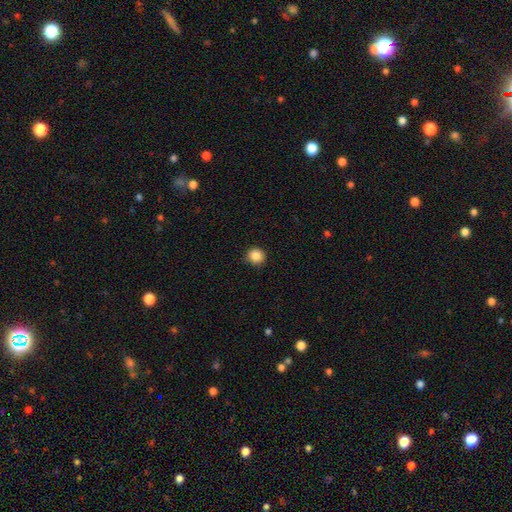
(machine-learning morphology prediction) type=smooth (86%); roundness=round (93%); merging=none (90%).